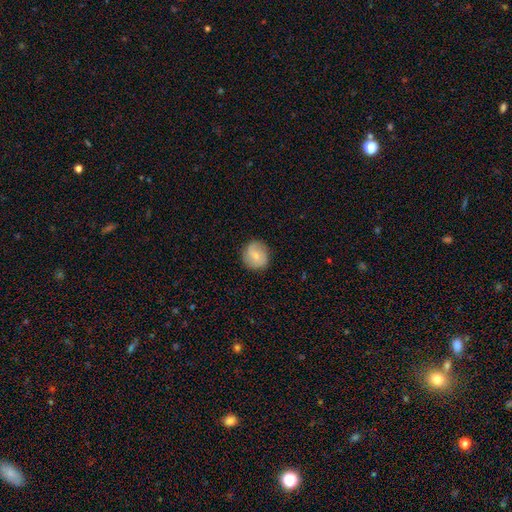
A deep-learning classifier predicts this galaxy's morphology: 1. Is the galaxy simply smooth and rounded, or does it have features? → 70% smooth, 22% featured or disk, 8% star or artifact.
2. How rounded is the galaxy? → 86% round, 12% in between, 1% cigar-shaped.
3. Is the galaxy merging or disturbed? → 86% none, 10% minor disturbance, 3% major disturbance, 1% merger.